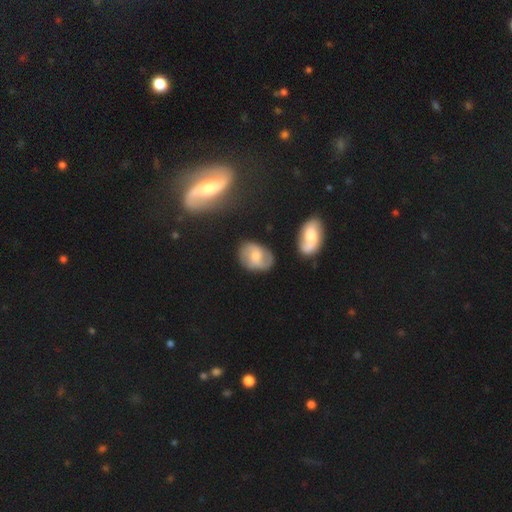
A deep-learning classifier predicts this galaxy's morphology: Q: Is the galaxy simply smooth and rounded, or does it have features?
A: featured or disk — 65%.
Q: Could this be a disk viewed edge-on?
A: no — 97%.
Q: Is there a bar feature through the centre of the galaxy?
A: no — 49%.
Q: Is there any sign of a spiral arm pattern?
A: yes — 89%.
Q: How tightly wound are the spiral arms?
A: medium — 45%.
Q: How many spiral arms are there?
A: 2 — 78%.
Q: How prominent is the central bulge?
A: moderate — 48%.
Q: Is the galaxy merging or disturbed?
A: none — 74%.